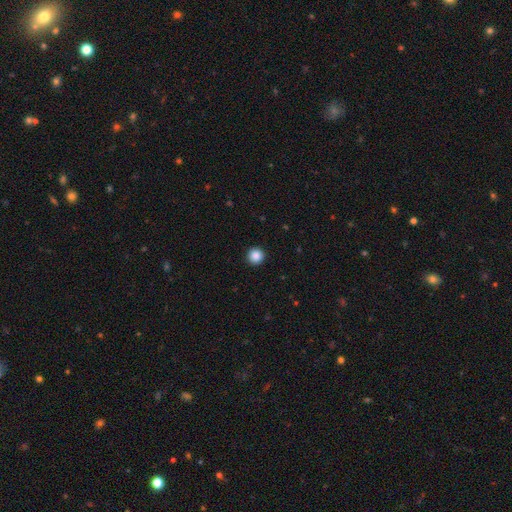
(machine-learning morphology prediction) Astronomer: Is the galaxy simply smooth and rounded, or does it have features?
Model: smooth — 88%.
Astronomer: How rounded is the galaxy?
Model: round — 96%.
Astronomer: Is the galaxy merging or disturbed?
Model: none — 94%.